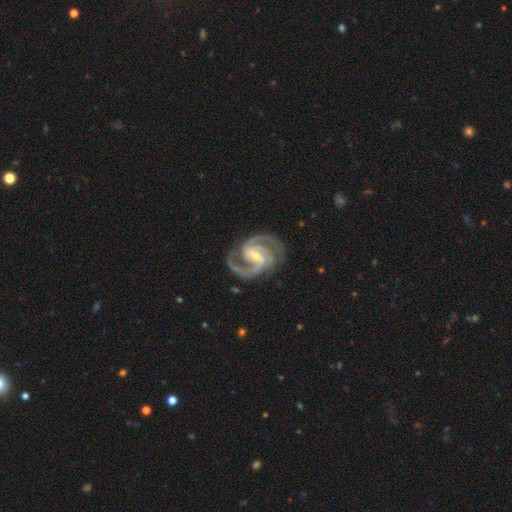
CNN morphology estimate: Smooth or featured? Predicted: featured or disk (p=0.94). Edge-on disk? Predicted: no (p=0.98). Bar? Predicted: weak (p=0.43). Spiral arms? Predicted: yes (p=0.99). Spiral winding? Predicted: medium (p=0.59). Spiral arm count? Predicted: 2 (p=0.72). Bulge size? Predicted: small (p=0.61). Merging? Predicted: none (p=0.79).